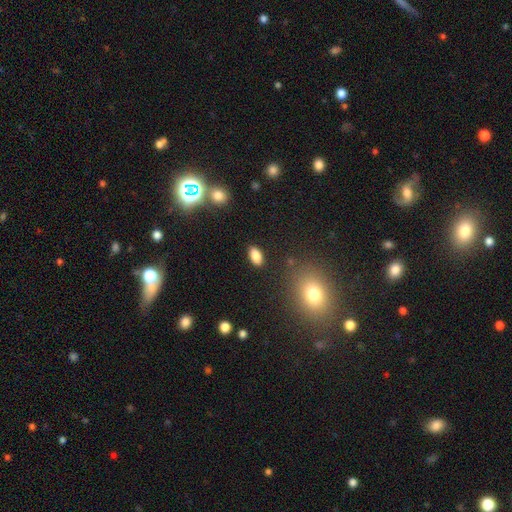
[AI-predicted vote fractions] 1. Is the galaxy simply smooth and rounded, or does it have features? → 83% smooth, 10% star or artifact, 7% featured or disk.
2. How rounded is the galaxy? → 91% in between, 5% round, 4% cigar-shaped.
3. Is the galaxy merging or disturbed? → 87% none, 9% minor disturbance, 2% major disturbance, 2% merger.